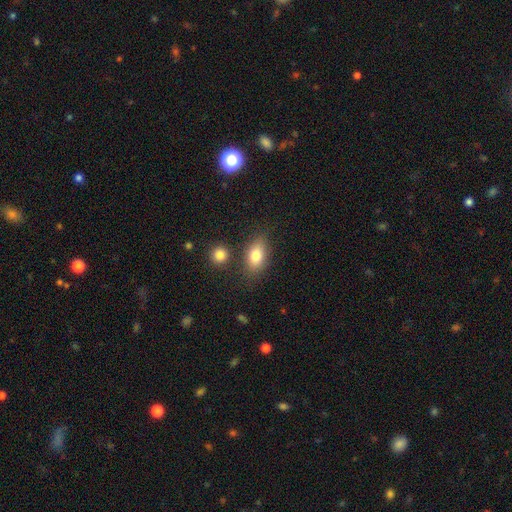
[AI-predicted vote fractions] smooth 81%, featured or disk 11%, star or artifact 8%. Down the decision tree: how rounded — in between (86%); merging — none (77%).